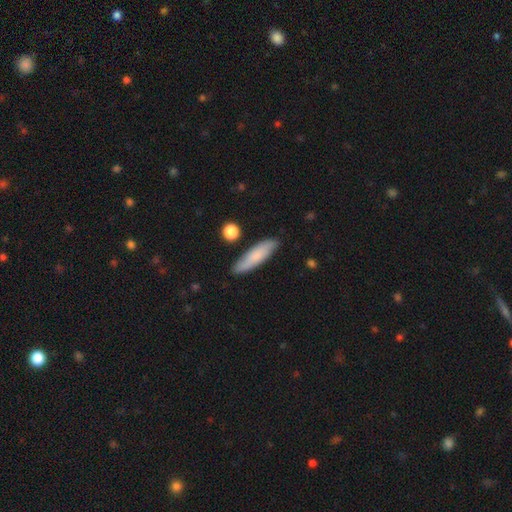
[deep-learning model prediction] Q: Smooth or featured?
A: smooth (75%); runner-up: featured or disk (18%)
Q: How rounded?
A: cigar-shaped (70%); runner-up: in between (28%)
Q: Merging?
A: none (83%); runner-up: minor disturbance (12%)